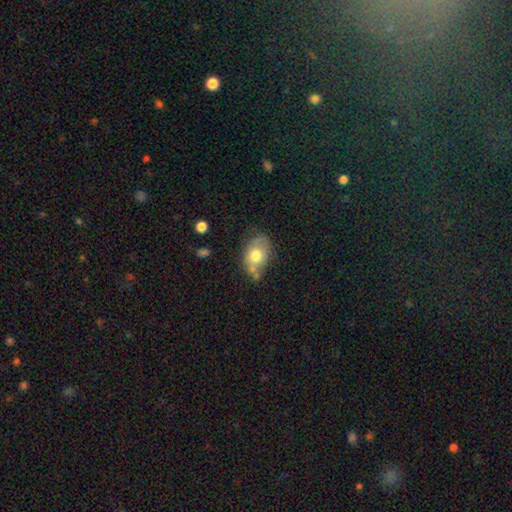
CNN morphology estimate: The model was most divided on "merging": none: 47%, minor disturbance: 31%, merger: 12%, major disturbance: 10%. More confident: how rounded — in between (79%); smooth or featured — smooth (67%).